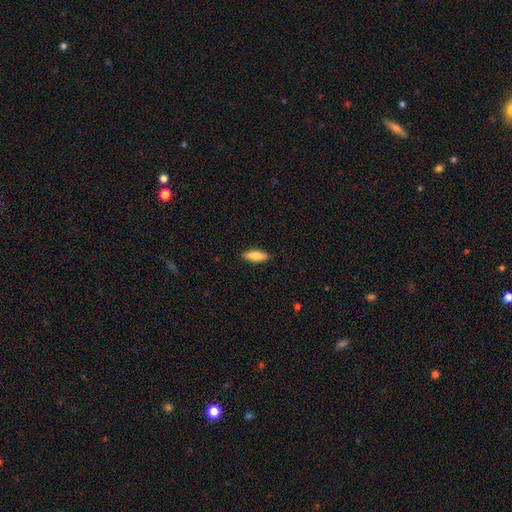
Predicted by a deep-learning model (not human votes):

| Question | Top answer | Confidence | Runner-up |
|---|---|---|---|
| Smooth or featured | smooth | 80% | featured or disk (14%) |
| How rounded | in between | 62% | cigar-shaped (36%) |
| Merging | none | 88% | minor disturbance (9%) |